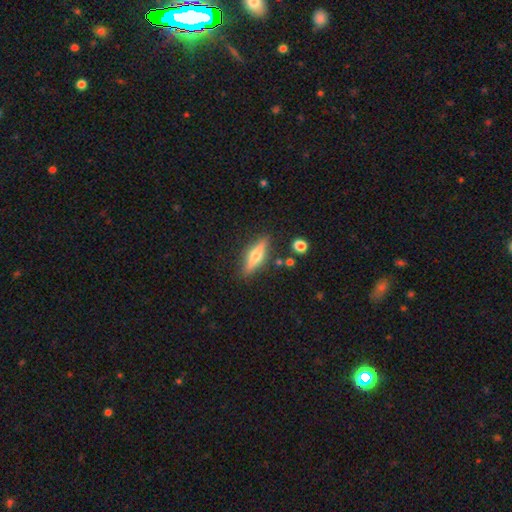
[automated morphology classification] type=featured or disk (56%); edge-on=yes (94%); edge-on bulge=rounded (92%); merging=none (86%).